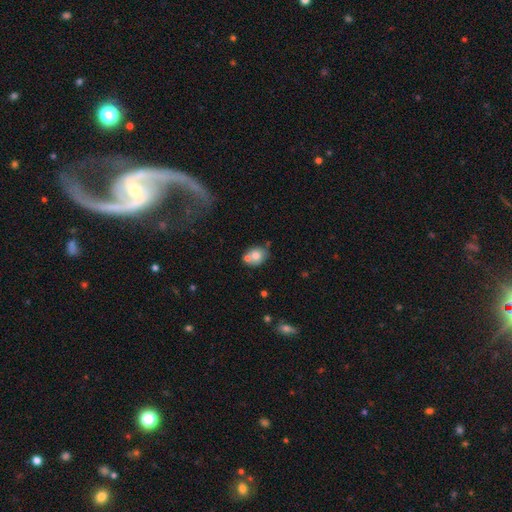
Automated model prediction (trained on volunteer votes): A smooth galaxy with no disk features (74%) that is in between round and cigar-shaped (54%).

Vote fractions:
- Smooth or featured? smooth: 74% / featured or disk: 17% / star or artifact: 9%
- How rounded? in between: 54% / round: 45% / cigar-shaped: 1%
- Merging? none: 48% / merger: 32% / minor disturbance: 16% / major disturbance: 5%